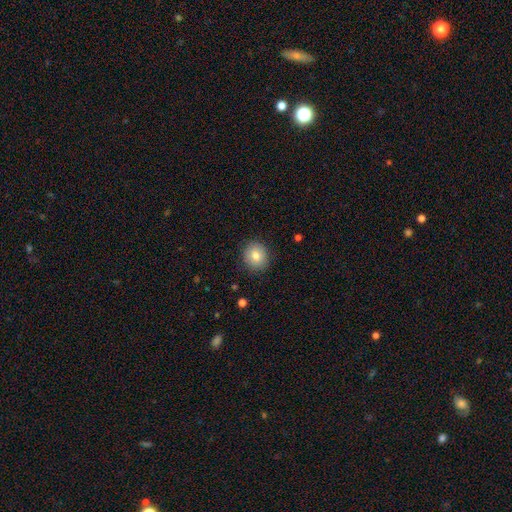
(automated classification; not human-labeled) A smooth galaxy with no disk features (79%) that is round (80%).

Vote fractions:
- Smooth or featured? smooth: 79% / featured or disk: 11% / star or artifact: 9%
- How rounded? round: 80% / in between: 19% / cigar-shaped: 1%
- Merging? none: 88% / minor disturbance: 8% / major disturbance: 2% / merger: 1%